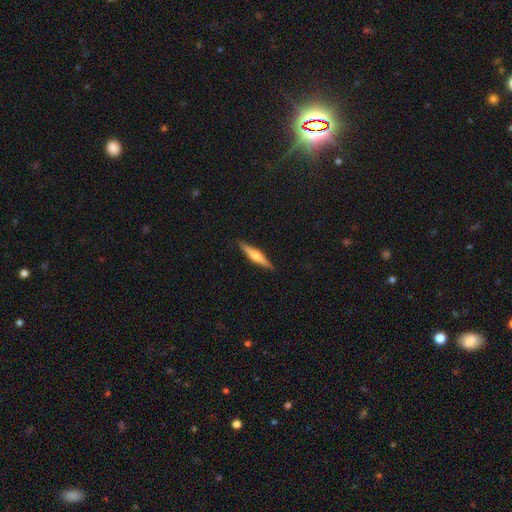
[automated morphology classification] Overall: featured or disk (56%; smooth 39%). Edge-on disk: yes (97%). Edge-on bulge: rounded (82%). Merging: none (90%).